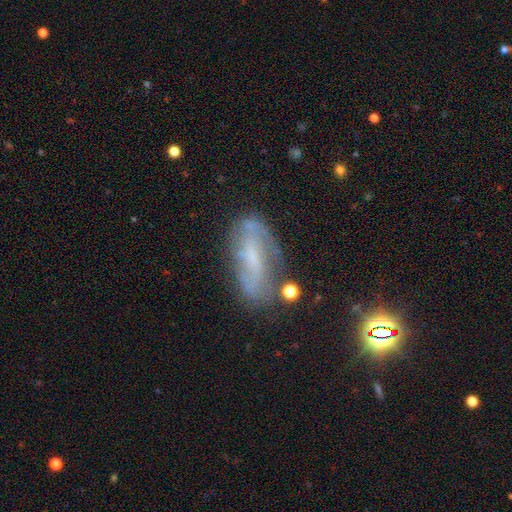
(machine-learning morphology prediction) Q: Smooth or featured?
A: featured or disk (62%); runner-up: smooth (25%)
Q: Edge-on disk?
A: no (88%); runner-up: yes (12%)
Q: Bar?
A: weak (42%); runner-up: no (36%)
Q: Spiral arms?
A: yes (76%); runner-up: no (24%)
Q: Bulge size?
A: small (47%); runner-up: none (25%)
Q: Merging?
A: none (66%); runner-up: minor disturbance (20%)